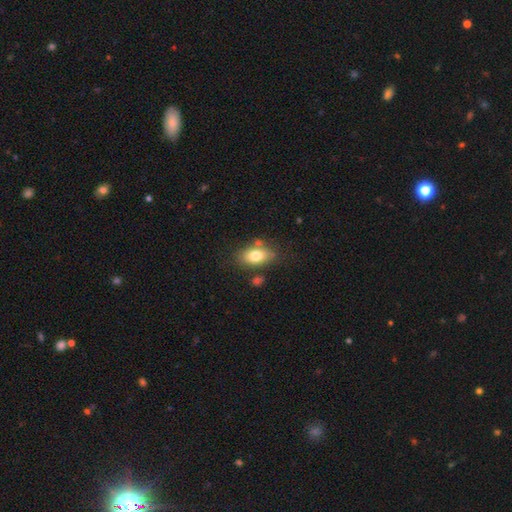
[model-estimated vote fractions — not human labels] Overall: smooth (77%). How rounded: in between (86%). Merging: none (69%).